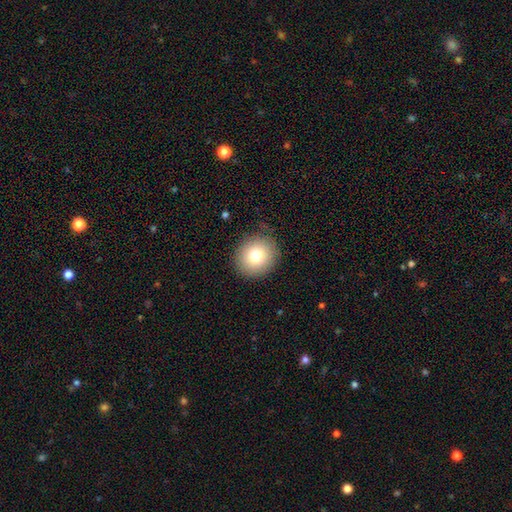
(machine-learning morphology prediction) A smooth galaxy with no disk features (77%) that is round (84%).

Vote fractions:
- Smooth or featured? smooth: 77% / featured or disk: 12% / star or artifact: 11%
- How rounded? round: 84% / in between: 15% / cigar-shaped: 1%
- Merging? none: 86% / minor disturbance: 10% / major disturbance: 3% / merger: 1%